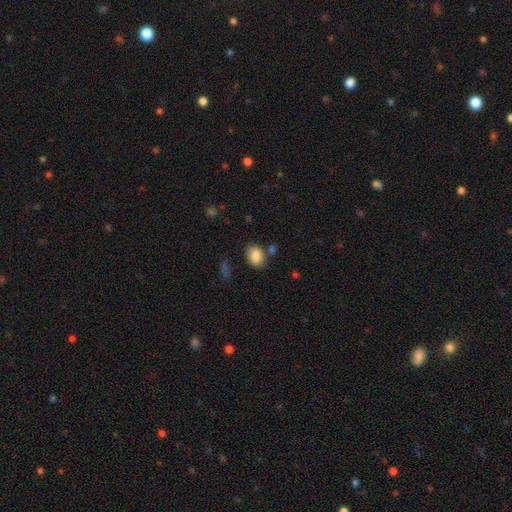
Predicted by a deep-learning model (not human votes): smooth_or_featured: smooth (p=0.85) [alt: star or artifact p=0.08]
how_rounded: in between (p=0.67) [alt: round p=0.32]
merging: none (p=0.71) [alt: minor disturbance p=0.14]